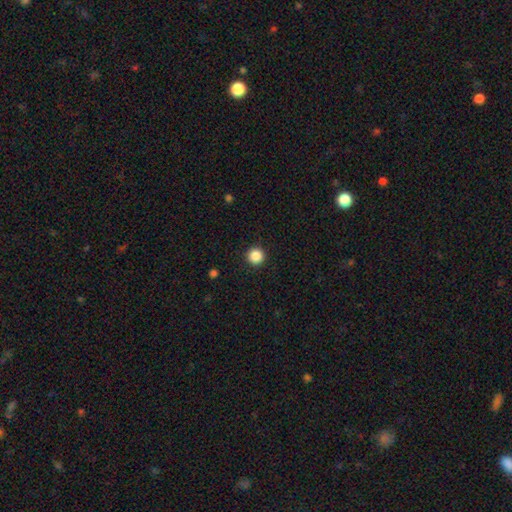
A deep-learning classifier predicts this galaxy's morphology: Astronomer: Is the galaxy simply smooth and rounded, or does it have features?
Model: smooth — 87%.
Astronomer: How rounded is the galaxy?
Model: round — 96%.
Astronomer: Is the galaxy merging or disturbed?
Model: none — 93%.